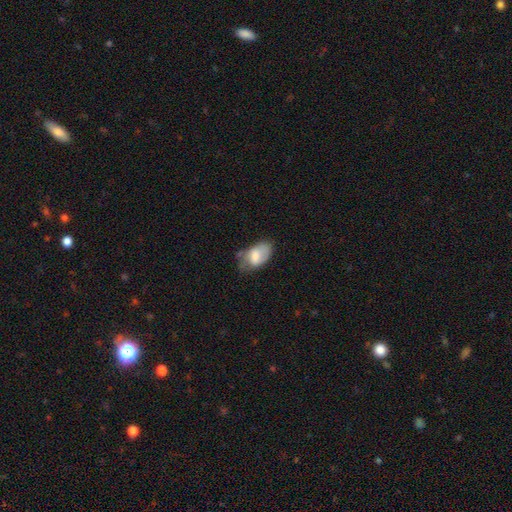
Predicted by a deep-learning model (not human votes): smooth 69%, featured or disk 24%, star or artifact 7%. Down the decision tree: how rounded — in between (92%); merging — none (42%).